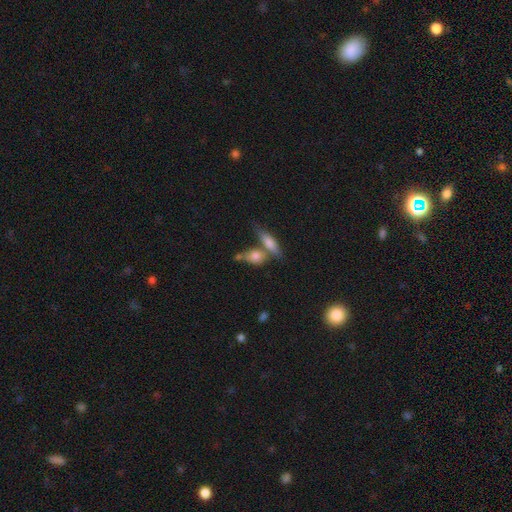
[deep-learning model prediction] Morphology: type=smooth (65%); roundness=in between (58%); merging=none (49%).